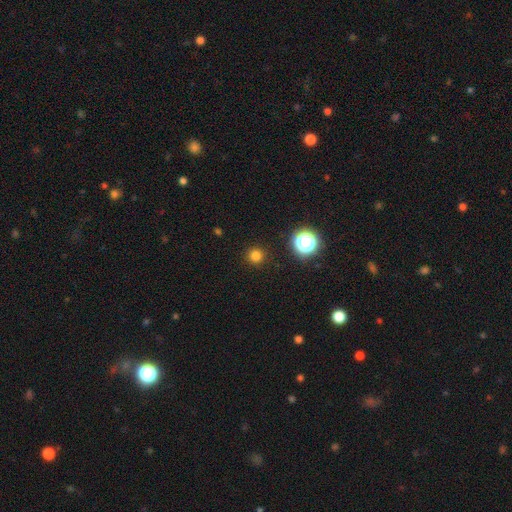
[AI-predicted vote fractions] This appears to be a smooth galaxy with no disk features (79%) that is round (96%). Merging: none (92%).